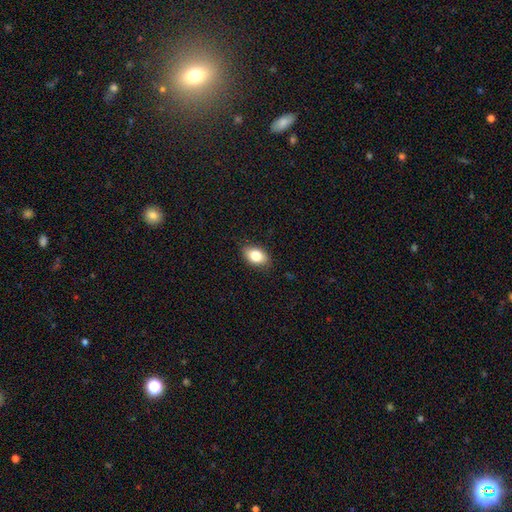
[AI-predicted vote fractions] This appears to be a smooth galaxy with no disk features (82%) that is in between round and cigar-shaped (87%). Merging: none (85%).